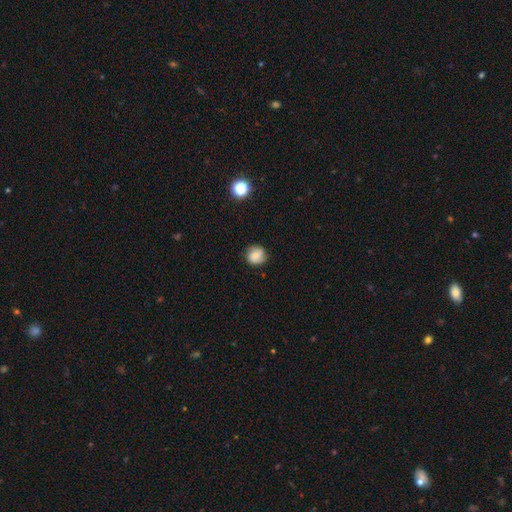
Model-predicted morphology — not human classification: This appears to be a smooth galaxy with no disk features (56%) that is round (83%). Merging: none (80%).